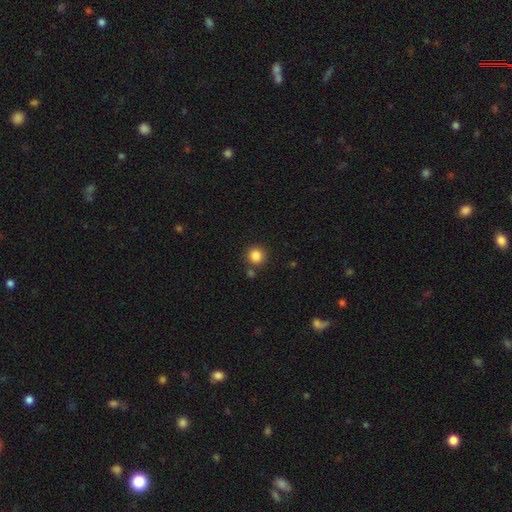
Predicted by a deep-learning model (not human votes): smooth 85%, star or artifact 11%, featured or disk 4%. Down the decision tree: how rounded — round (93%); merging — none (83%).